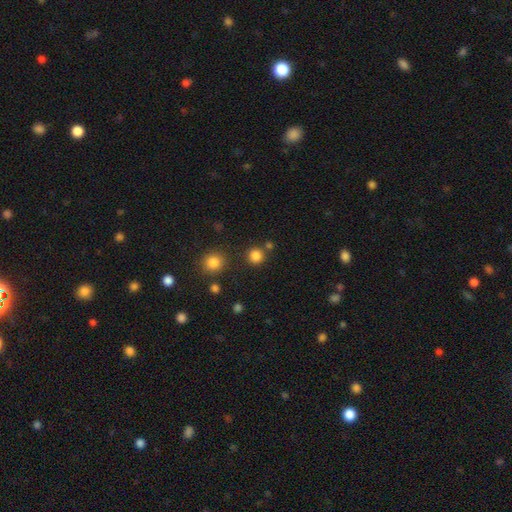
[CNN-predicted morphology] Q: Smooth or featured?
A: smooth (83%); runner-up: star or artifact (14%)
Q: How rounded?
A: round (92%); runner-up: in between (7%)
Q: Merging?
A: none (81%); runner-up: merger (8%)